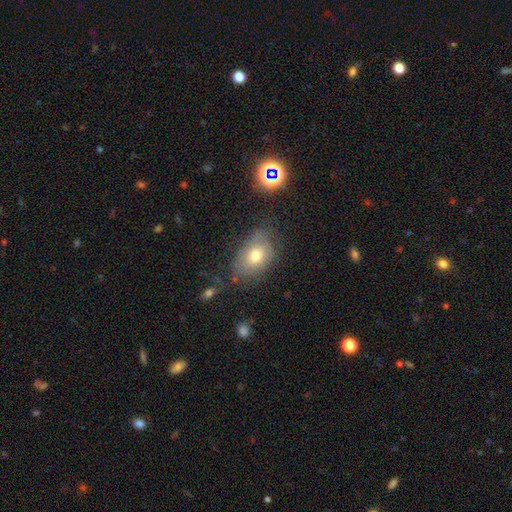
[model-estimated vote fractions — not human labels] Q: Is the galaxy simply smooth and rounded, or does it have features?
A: smooth — 64%.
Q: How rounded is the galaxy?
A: in between — 82%.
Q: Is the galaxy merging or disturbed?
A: none — 57%.